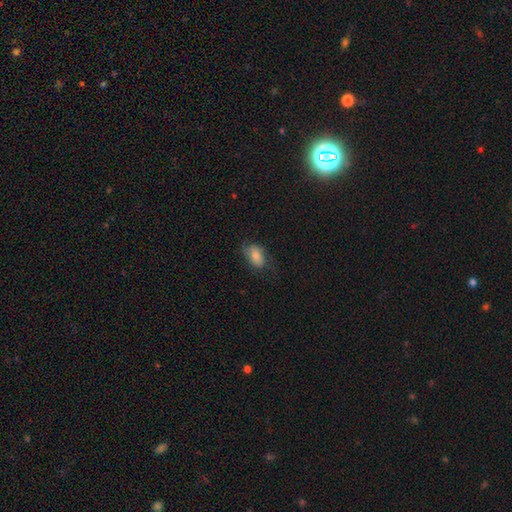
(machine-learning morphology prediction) This appears to be a smooth galaxy with no disk features (69%) that is in between round and cigar-shaped (88%). Merging: none (60%).